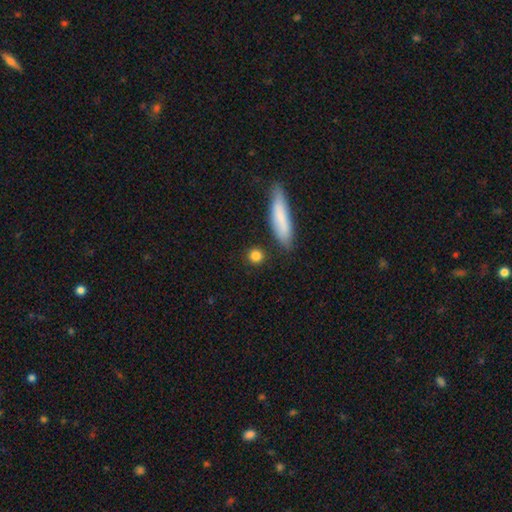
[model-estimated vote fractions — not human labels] This is clearly a smooth galaxy (85%). How rounded: likely round (75%). Merging: clearly none (84%).